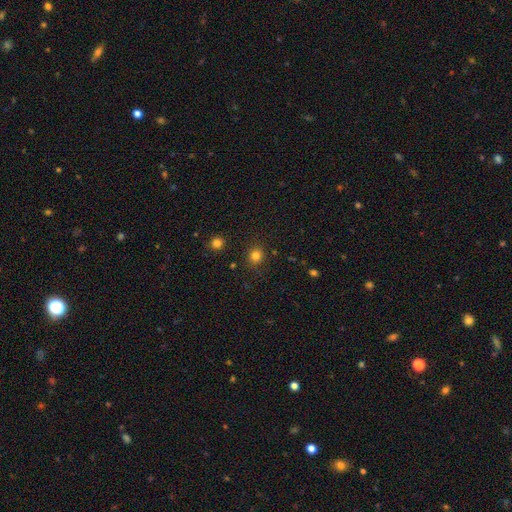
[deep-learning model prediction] Smooth or featured? smooth (81%)
How rounded? round (84%)
Merging? none (86%)